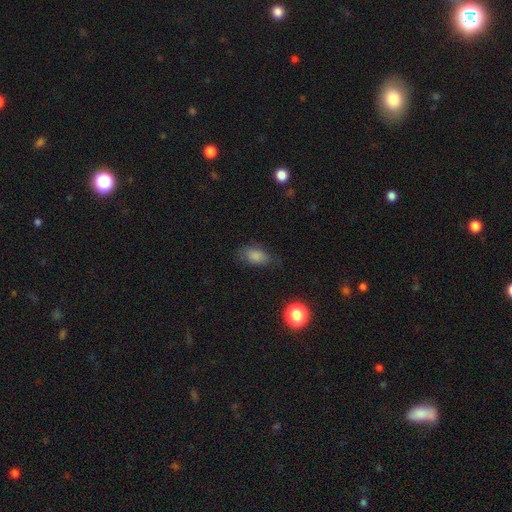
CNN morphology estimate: smooth_or_featured: smooth (p=0.82) [alt: star or artifact p=0.10]
how_rounded: in between (p=0.89) [alt: round p=0.07]
merging: none (p=0.70) [alt: minor disturbance p=0.22]